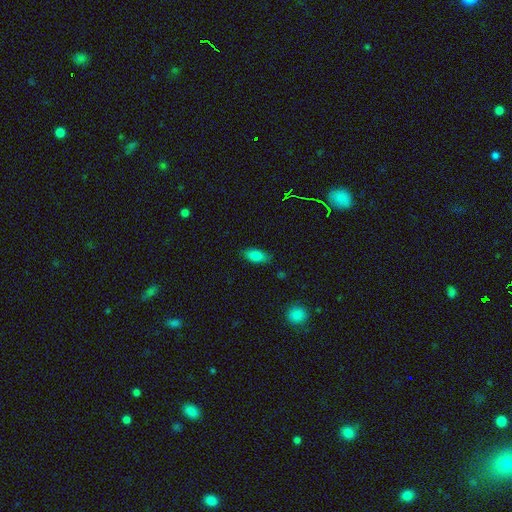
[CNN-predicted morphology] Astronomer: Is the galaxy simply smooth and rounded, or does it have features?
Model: smooth — 83%.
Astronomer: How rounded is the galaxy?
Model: in between — 86%.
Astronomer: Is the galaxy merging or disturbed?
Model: none — 83%.